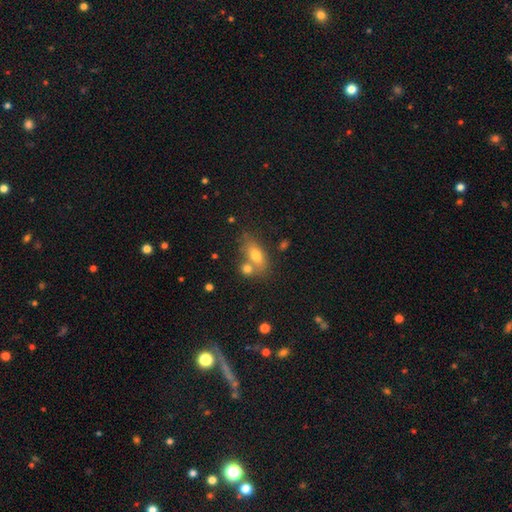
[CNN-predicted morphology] A smooth galaxy with no disk features (72%) that is in between round and cigar-shaped (79%).

Vote fractions:
- Smooth or featured? smooth: 72% / featured or disk: 19% / star or artifact: 10%
- How rounded? in between: 79% / cigar-shaped: 12% / round: 9%
- Merging? none: 52% / merger: 30% / minor disturbance: 13% / major disturbance: 5%